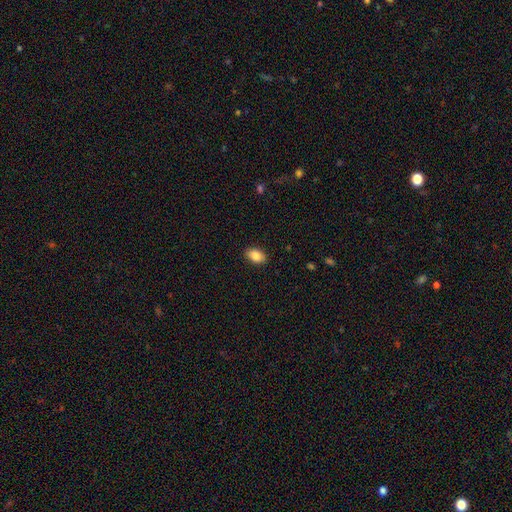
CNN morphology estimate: type=smooth (87%); roundness=in between (88%); merging=none (89%).